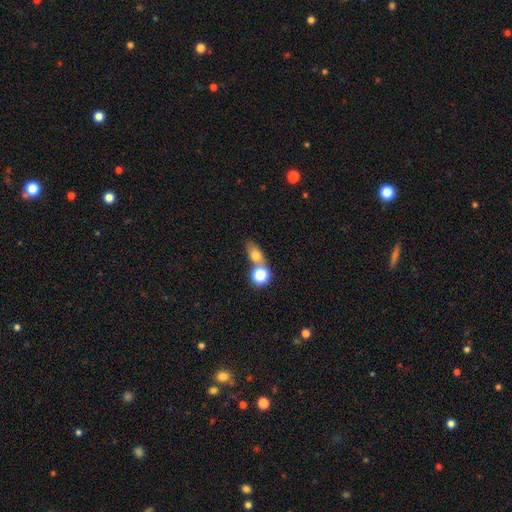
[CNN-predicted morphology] A smooth galaxy with no disk features (68%) that is in between round and cigar-shaped (57%).

Vote fractions:
- Smooth or featured? smooth: 68% / featured or disk: 17% / star or artifact: 15%
- How rounded? in between: 57% / round: 33% / cigar-shaped: 9%
- Merging? none: 47% / merger: 37% / minor disturbance: 11% / major disturbance: 5%